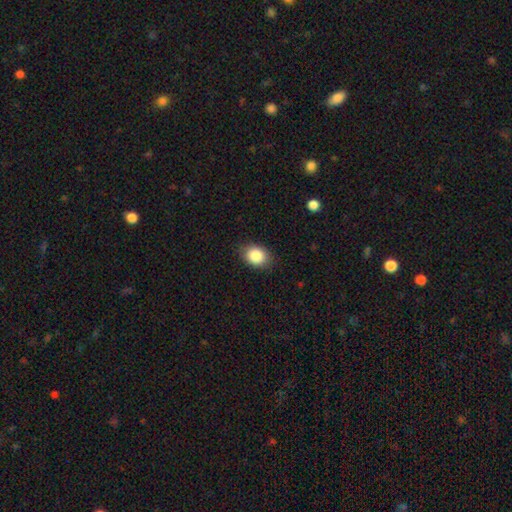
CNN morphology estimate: Smooth or featured? smooth (86%)
How rounded? in between (65%)
Merging? none (85%)